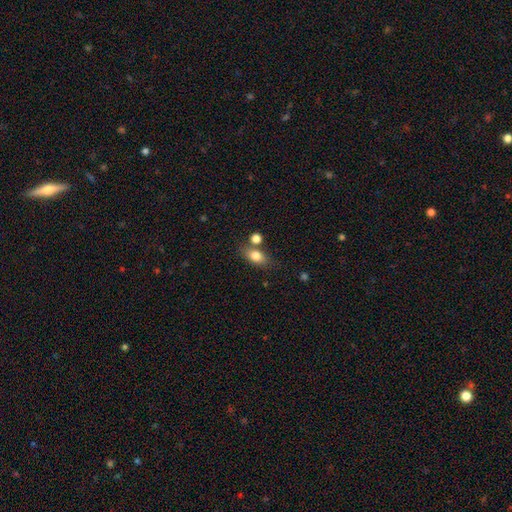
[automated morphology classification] Smooth or featured?
  - smooth: 80% *
  - featured or disk: 11%
  - star or artifact: 9%
How rounded?
  - in between: 78% *
  - round: 17%
  - cigar-shaped: 5%
Merging?
  - none: 66% *
  - merger: 16%
  - minor disturbance: 14%
  - major disturbance: 4%